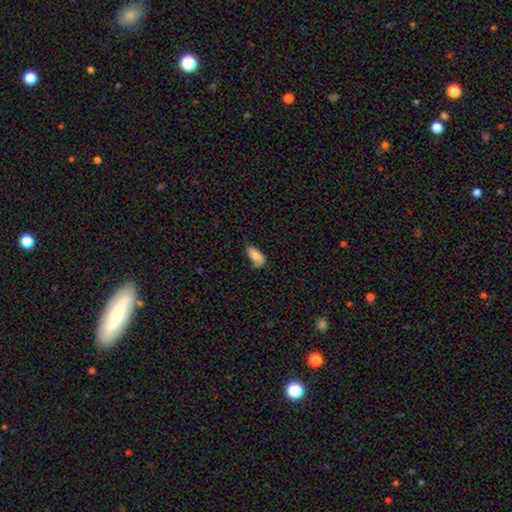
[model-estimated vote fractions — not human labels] Smooth or featured? smooth (84%)
How rounded? in between (87%)
Merging? none (49%)